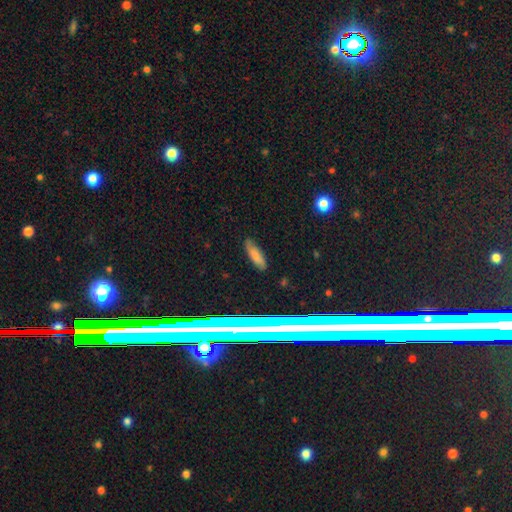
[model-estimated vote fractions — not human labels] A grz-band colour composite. It shows a smooth galaxy with no disk features (74%) that is cigar-shaped (53%). Merging: none (78%).